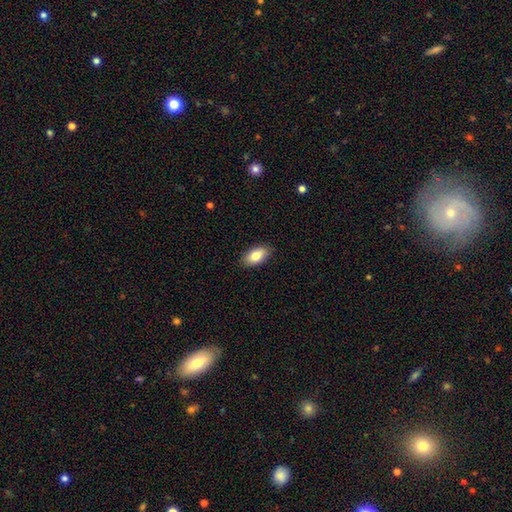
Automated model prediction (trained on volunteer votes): Smooth or featured? Predicted: smooth (p=0.82). How rounded? Predicted: in between (p=0.93). Merging? Predicted: none (p=0.88).